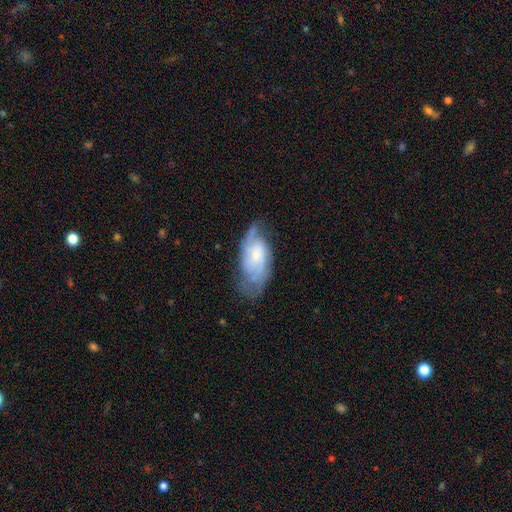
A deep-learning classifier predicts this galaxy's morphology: A featured or disk galaxy (75%) with no bar (60%), 2 (52%) medium (43%) spiral arms (93%) and a small central bulge (60%).

Vote fractions:
- Smooth or featured? featured or disk: 75% / smooth: 19% / star or artifact: 6%
- Edge-on disk? no: 94% / yes: 6%
- Bar? no: 60% / weak: 33% / strong: 6%
- Spiral arms? yes: 93% / no: 7%
- Spiral winding? medium: 43% / tight: 40% / loose: 17%
- Spiral arm count? 2: 52% / can't tell: 25% / 3: 13% / 1: 4% / 4: 3% / more than 4: 3%
- Bulge size? small: 60% / moderate: 29% / none: 7% / large: 3% / dominant: 1%
- Merging? none: 65% / minor disturbance: 23% / major disturbance: 10% / merger: 1%